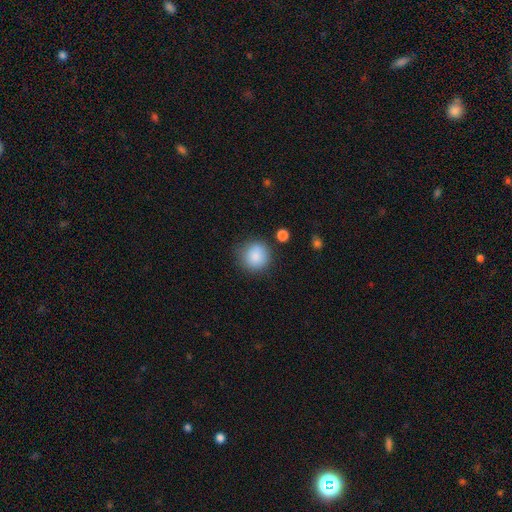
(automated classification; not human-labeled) smooth-or-featured: smooth: 88% | star or artifact: 8% | featured or disk: 4%
  how-rounded: round: 91% | in between: 8% | cigar-shaped: 1%
  merging: none: 79% | minor disturbance: 14% | major disturbance: 4% | merger: 3%